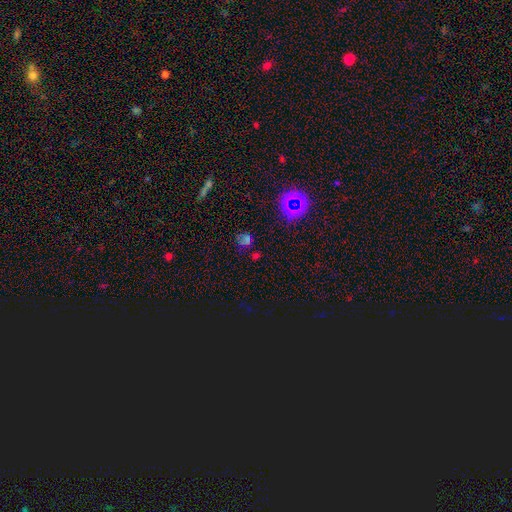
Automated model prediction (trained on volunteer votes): Overall: star or artifact (62%; smooth 29%).